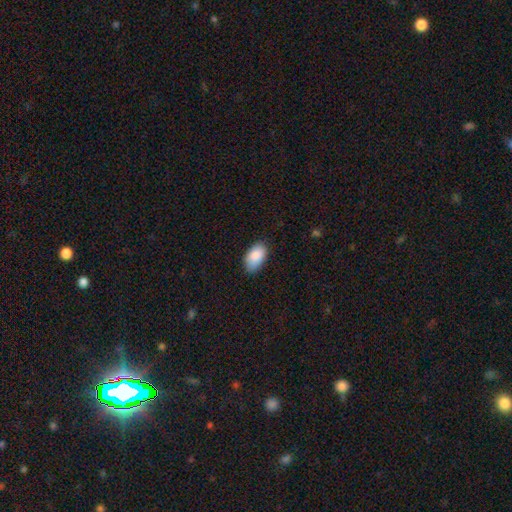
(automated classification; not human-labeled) Smooth or featured? Predicted: smooth (p=0.88). How rounded? Predicted: in between (p=0.94). Merging? Predicted: none (p=0.79).